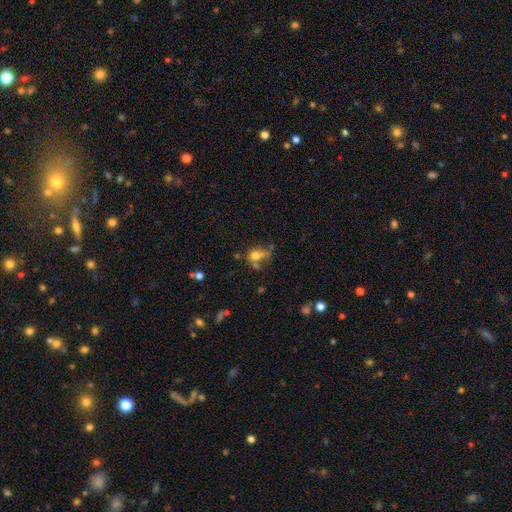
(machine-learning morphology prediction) This is likely a smooth galaxy (65%). How rounded: possibly in between (48%, tied with round). Merging: marginally none (35%).